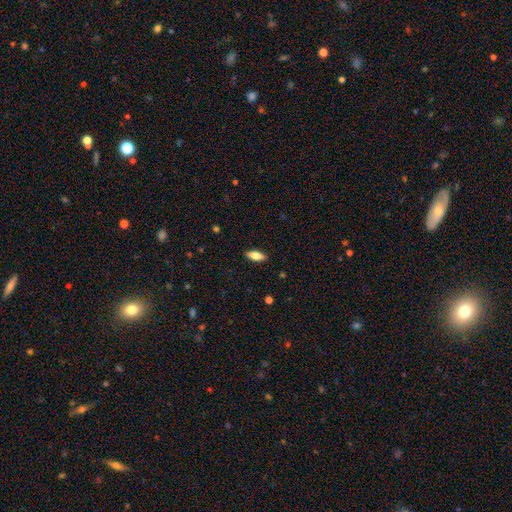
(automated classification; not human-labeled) Smooth or featured? Predicted: smooth (p=0.74). How rounded? Predicted: in between (p=0.76). Merging? Predicted: none (p=0.89).